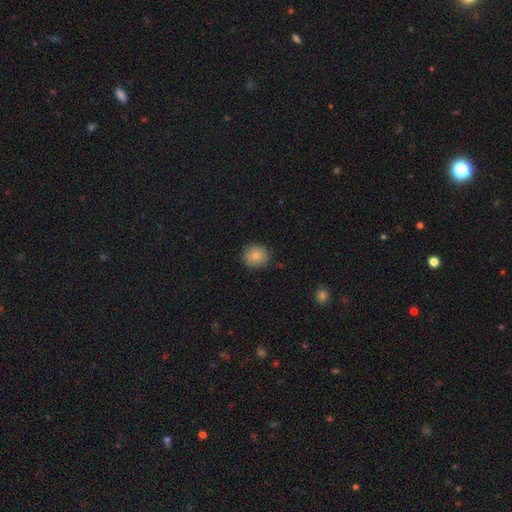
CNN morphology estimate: Overall: smooth (83%). How rounded: round (86%). Merging: none (86%).